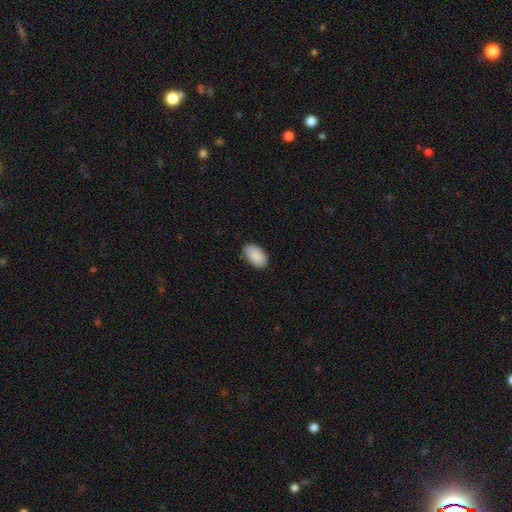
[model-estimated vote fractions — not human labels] A smooth galaxy with no disk features (89%) that is in between round and cigar-shaped (94%).

Vote fractions:
- Smooth or featured? smooth: 89% / star or artifact: 6% / featured or disk: 5%
- How rounded? in between: 94% / round: 5% / cigar-shaped: 1%
- Merging? none: 78% / minor disturbance: 18% / major disturbance: 3% / merger: 1%